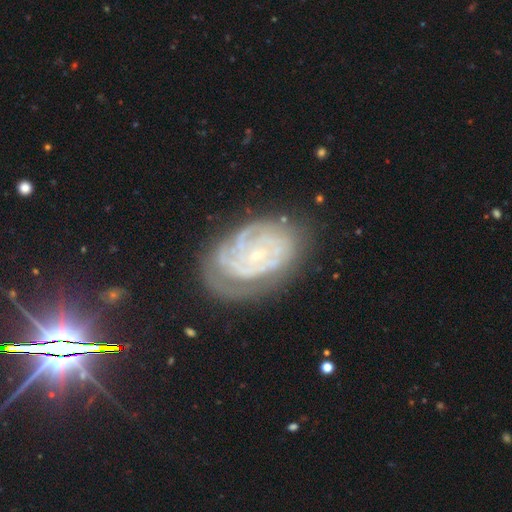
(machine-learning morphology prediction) Smooth or featured: featured or disk — 85% (smooth — 8%)
Edge-on disk: no — 97% (yes — 3%)
Bar: no — 68% (weak — 24%)
Spiral arms: yes — 95% (no — 5%)
Spiral winding: tight — 75% (medium — 21%)
Spiral arm count: can't tell — 33% (2 — 24%)
Bulge size: small — 82% (moderate — 13%)
Merging: none — 65% (minor disturbance — 23%)